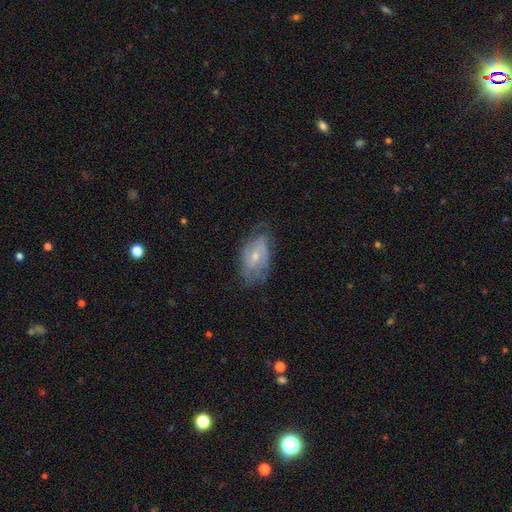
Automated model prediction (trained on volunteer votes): Morphology: type=featured or disk (75%); edge-on=no (95%); bar=no (49%); spiral arms=yes (90%); winding=tight (44%); arm count=2 (48%); bulge=small (52%); merging=none (66%).